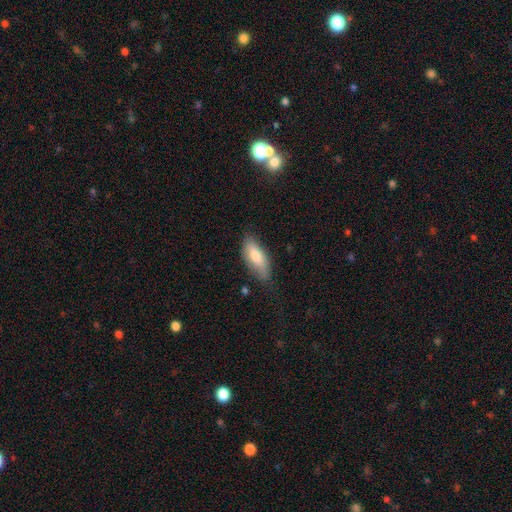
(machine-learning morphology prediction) Smooth or featured? smooth (75%)
How rounded? in between (76%)
Merging? none (69%)